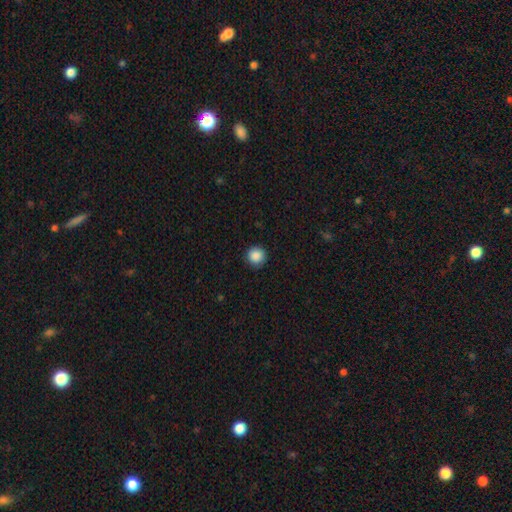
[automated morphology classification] Smooth or featured? smooth (88%)
How rounded? round (95%)
Merging? none (90%)